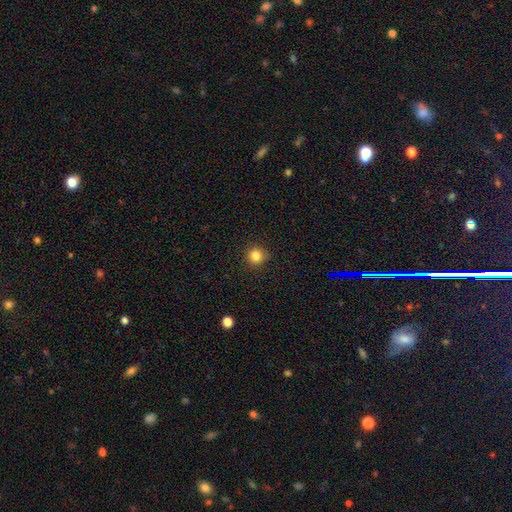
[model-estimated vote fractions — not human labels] This is clearly a smooth galaxy (84%). How rounded: clearly round (94%). Merging: clearly none (90%).